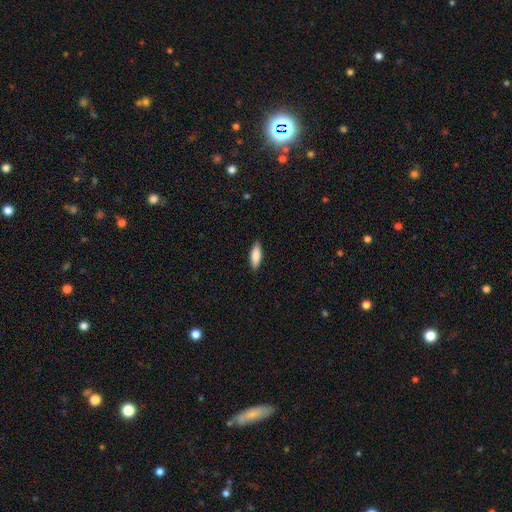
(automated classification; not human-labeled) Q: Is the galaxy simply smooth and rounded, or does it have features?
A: smooth — 85%.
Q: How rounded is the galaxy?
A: in between — 60%.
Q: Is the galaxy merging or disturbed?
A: none — 89%.